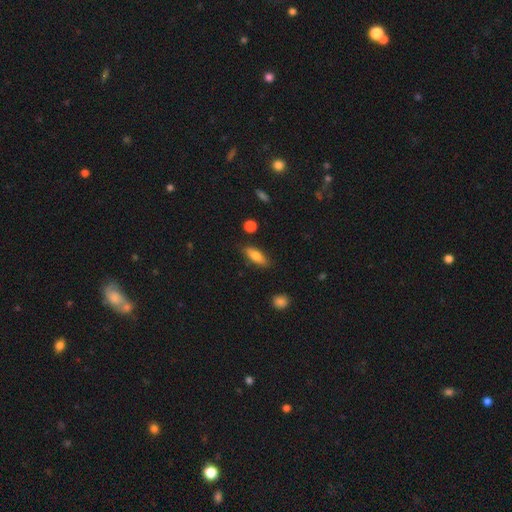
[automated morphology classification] Smooth or featured: smooth — 75% (featured or disk — 19%)
How rounded: in between — 63% (cigar-shaped — 34%)
Merging: none — 83% (minor disturbance — 12%)